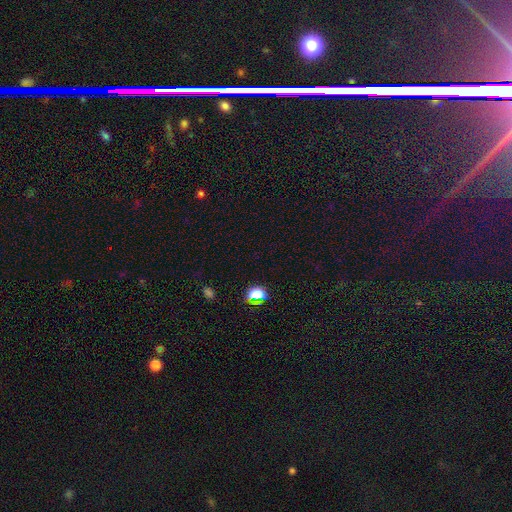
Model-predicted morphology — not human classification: This is likely a star or artifact rather than a galaxy (64%).